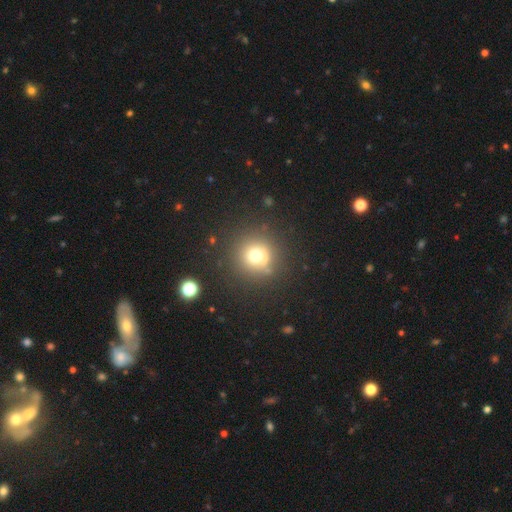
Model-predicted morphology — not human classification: A smooth galaxy with no disk features (69%) that is round (93%). Merging: none (74%).